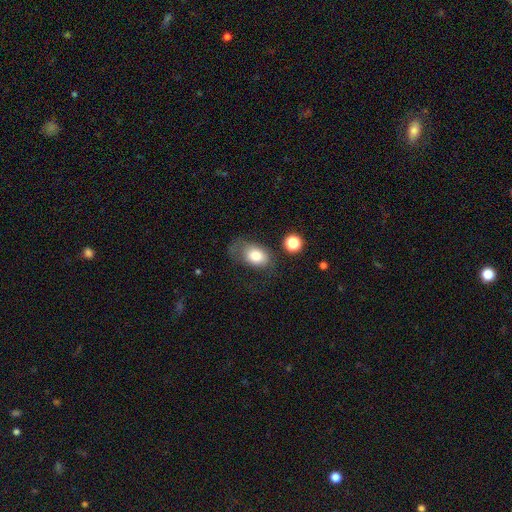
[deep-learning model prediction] A smooth galaxy with no disk features (79%) that is in between round and cigar-shaped (77%). Merging: none (41%).